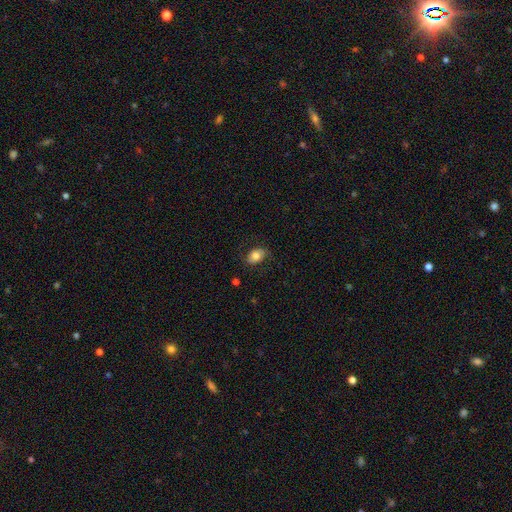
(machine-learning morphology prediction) Overall: smooth (74%). How rounded: in between (79%). Merging: none (74%).